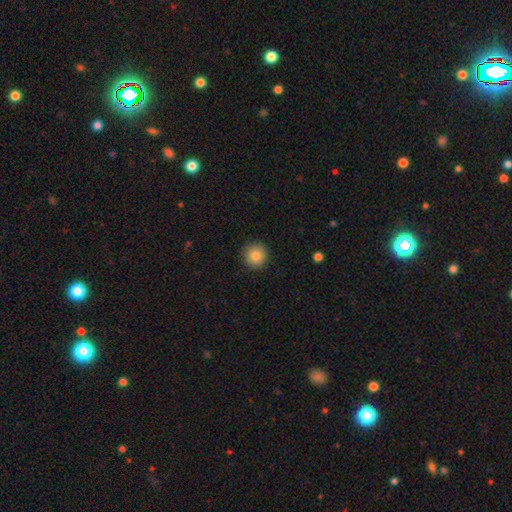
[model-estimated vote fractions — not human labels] Smooth or featured?
  - smooth: 84% *
  - star or artifact: 9%
  - featured or disk: 7%
How rounded?
  - round: 95% *
  - in between: 4%
  - cigar-shaped: 1%
Merging?
  - none: 91% *
  - minor disturbance: 6%
  - major disturbance: 2%
  - merger: 1%